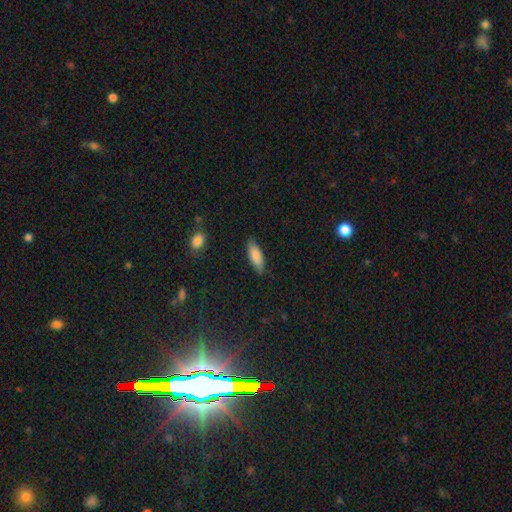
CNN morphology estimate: Smooth or featured? Predicted: smooth (p=0.84). How rounded? Predicted: in between (p=0.67). Merging? Predicted: none (p=0.80).